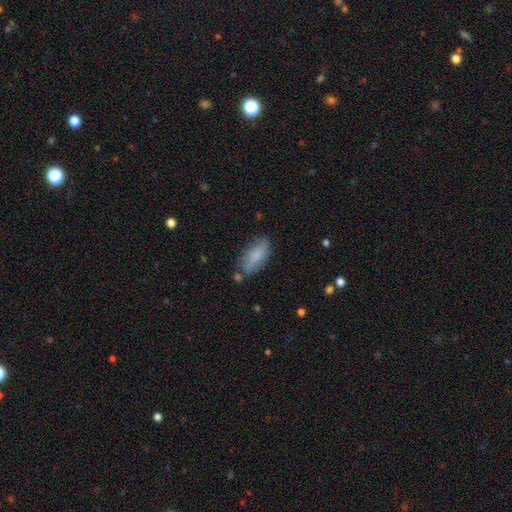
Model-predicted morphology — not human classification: This is likely a smooth galaxy (75%). How rounded: clearly in between (85%). Merging: likely none (70%).